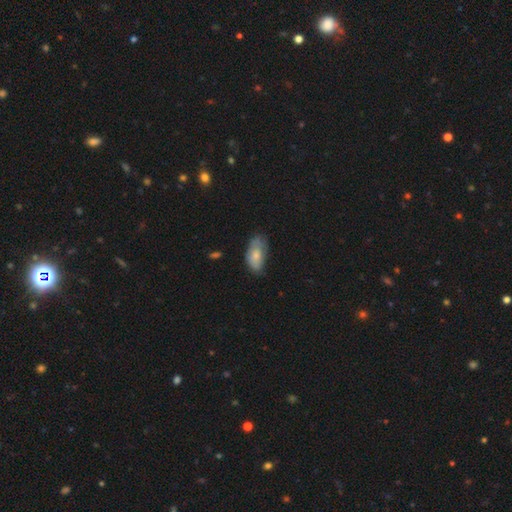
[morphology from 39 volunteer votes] Smooth or featured? smooth (77%)
How rounded? in between (97%)
Merging? none (56%)